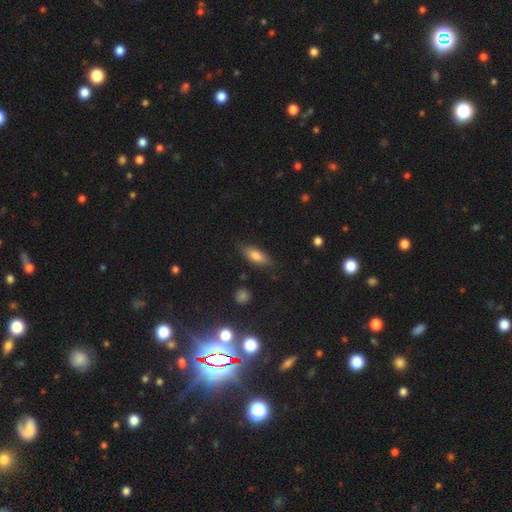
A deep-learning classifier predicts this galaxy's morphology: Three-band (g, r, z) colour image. It shows a smooth galaxy with no disk features (76%) that is in between round and cigar-shaped (72%). Merging: none (79%).